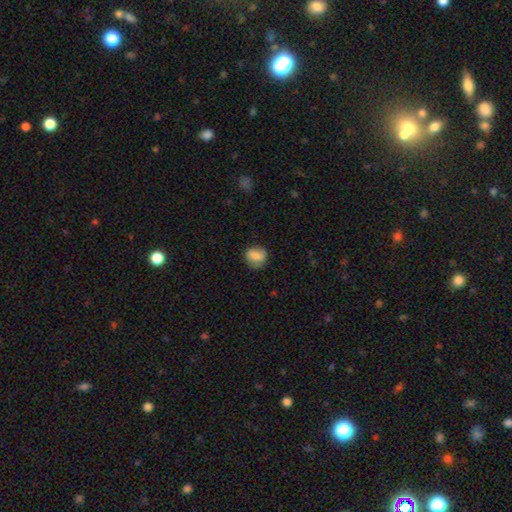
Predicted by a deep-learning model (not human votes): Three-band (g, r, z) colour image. It shows a smooth galaxy with no disk features (75%) that is round (54%). Merging: none (68%).